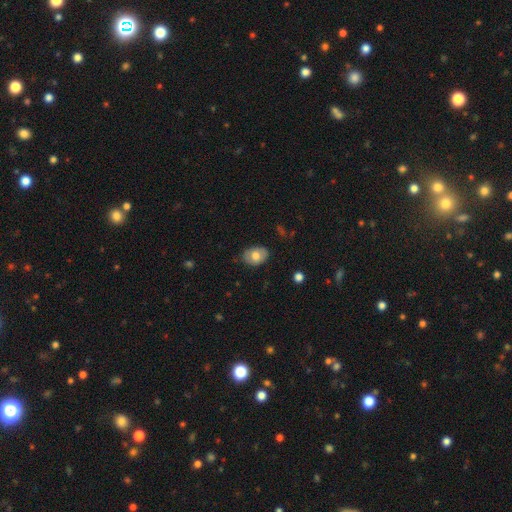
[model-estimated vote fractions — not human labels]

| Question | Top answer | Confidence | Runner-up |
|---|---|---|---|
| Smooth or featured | smooth | 70% | featured or disk (23%) |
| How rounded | in between | 74% | round (25%) |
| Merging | none | 78% | minor disturbance (17%) |